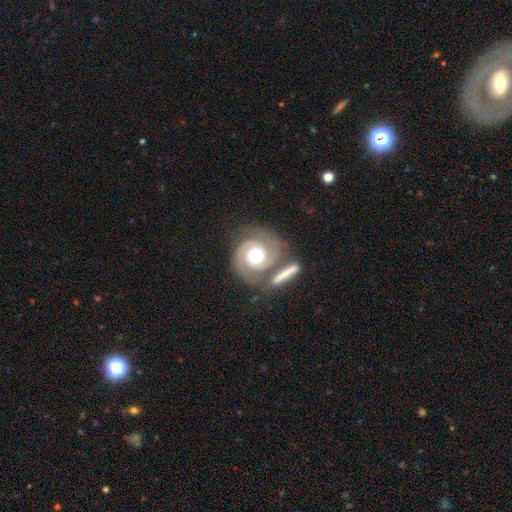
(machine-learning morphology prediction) Q: Smooth or featured?
A: featured or disk (85%); runner-up: smooth (10%)
Q: Edge-on disk?
A: no (97%); runner-up: yes (3%)
Q: Bar?
A: no (68%); runner-up: weak (23%)
Q: Spiral arms?
A: yes (97%); runner-up: no (3%)
Q: Spiral winding?
A: tight (62%); runner-up: medium (32%)
Q: Spiral arm count?
A: 2 (89%); runner-up: can't tell (4%)
Q: Bulge size?
A: moderate (60%); runner-up: large (31%)
Q: Merging?
A: none (59%); runner-up: merger (17%)